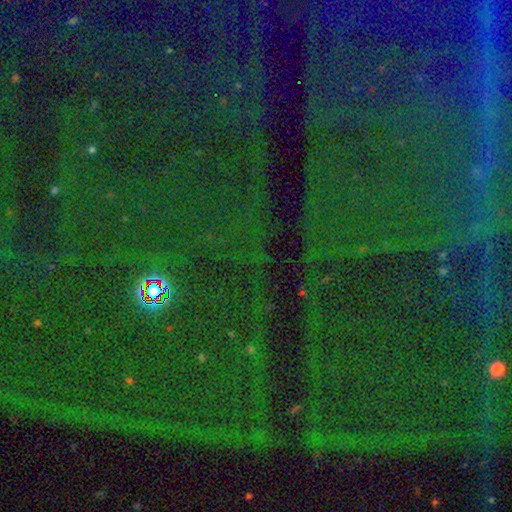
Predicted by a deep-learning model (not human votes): Smooth or featured? star or artifact (85%)